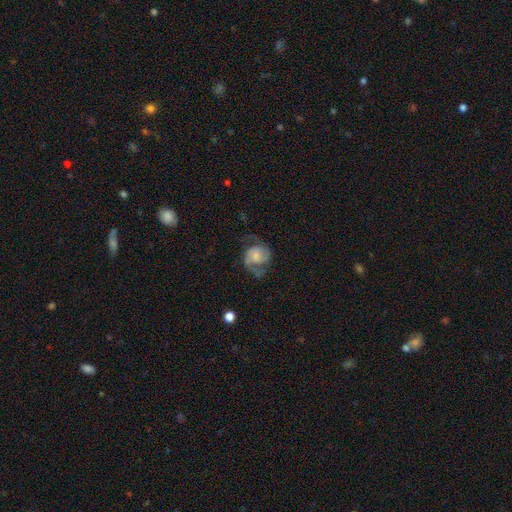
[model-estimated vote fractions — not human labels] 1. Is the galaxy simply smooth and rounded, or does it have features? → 74% featured or disk, 19% smooth, 7% star or artifact.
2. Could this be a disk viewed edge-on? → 98% no, 2% yes.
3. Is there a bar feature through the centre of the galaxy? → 65% no, 29% weak, 6% strong.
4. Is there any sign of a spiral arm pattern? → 93% yes, 7% no.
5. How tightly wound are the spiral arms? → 49% medium, 30% loose, 22% tight.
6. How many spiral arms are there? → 87% 2, 5% can't tell, 4% 1, 2% 3, 1% 4, 1% more than 4.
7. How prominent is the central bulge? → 35% small, 29% moderate, 19% none, 13% large, 3% dominant.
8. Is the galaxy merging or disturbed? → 58% none, 21% minor disturbance, 20% major disturbance, 2% merger.